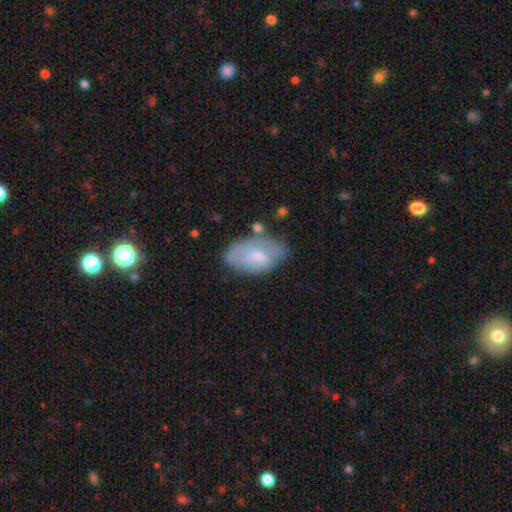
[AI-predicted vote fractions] Overall: smooth (57%; featured or disk 37%). How rounded: in between (93%). Merging: none (52%; minor disturbance 31%).